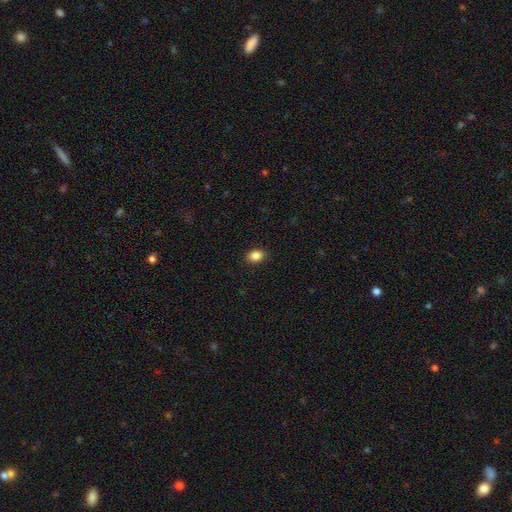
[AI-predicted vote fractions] Q: Smooth or featured?
A: smooth (86%); runner-up: star or artifact (9%)
Q: How rounded?
A: in between (75%); runner-up: round (24%)
Q: Merging?
A: none (90%); runner-up: minor disturbance (7%)